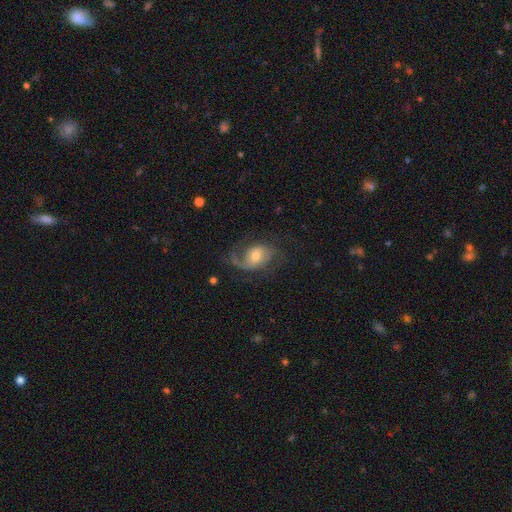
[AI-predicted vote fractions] Smooth or featured?
  - featured or disk: 76% *
  - smooth: 17%
  - star or artifact: 7%
Edge-on disk?
  - no: 97% *
  - yes: 3%
Bar?
  - no: 55% *
  - weak: 36%
  - strong: 9%
Spiral arms?
  - yes: 93% *
  - no: 7%
Spiral winding?
  - loose: 44% *
  - medium: 41%
  - tight: 15%
Spiral arm count?
  - 2: 44% * (tied)
  - 1: 44% * (tied)
  - can't tell: 7%
  - 3: 3%
  - 4: 1%
  - more than 4: 1%
Bulge size?
  - moderate: 56% *
  - small: 33%
  - large: 8%
  - none: 2%
  - dominant: 2%
Merging?
  - none: 57% *
  - major disturbance: 23%
  - minor disturbance: 18%
  - merger: 2%